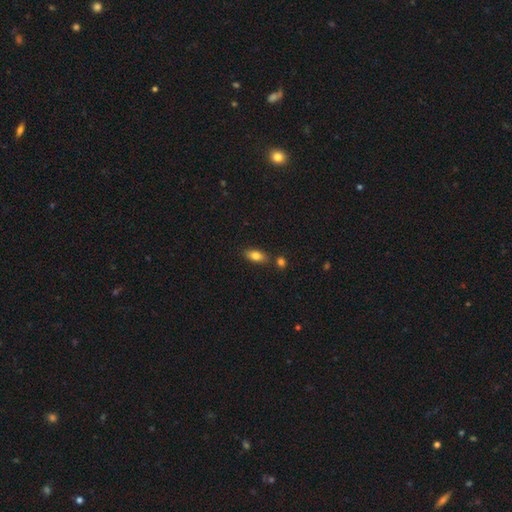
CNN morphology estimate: smooth 79%, featured or disk 12%, star or artifact 8%. Down the decision tree: how rounded — in between (85%); merging — none (76%).